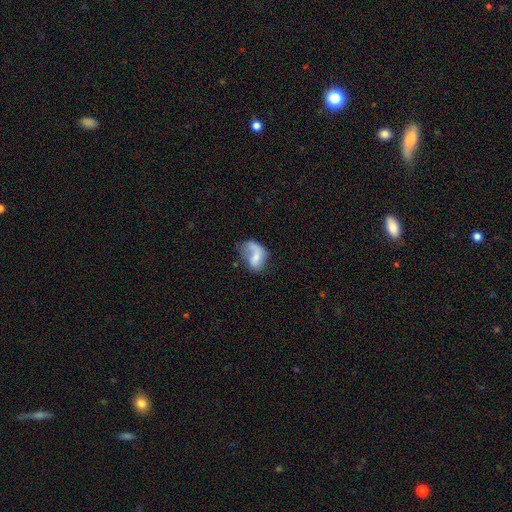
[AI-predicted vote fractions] A smooth galaxy with no disk features (50%). Merging: major disturbance (40%).